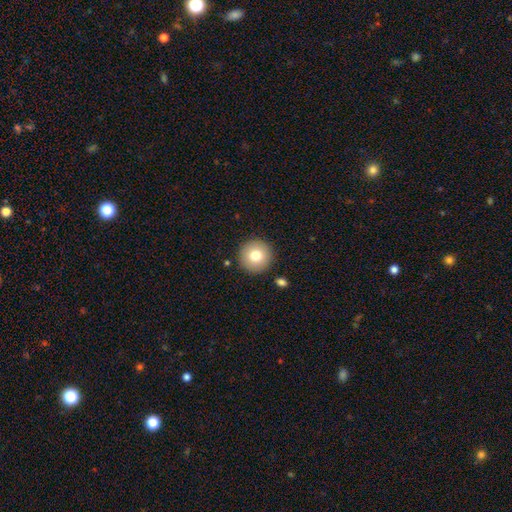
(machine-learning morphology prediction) Smooth or featured? Predicted: smooth (p=0.76). How rounded? Predicted: round (p=0.96). Merging? Predicted: none (p=0.90).